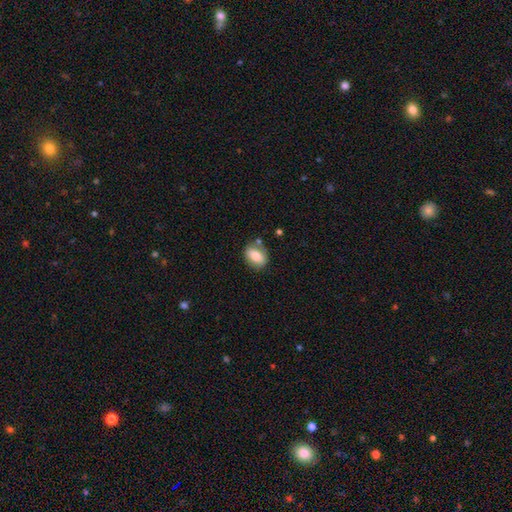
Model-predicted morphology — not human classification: The model was most divided on "how rounded": in between: 72%, round: 26%, cigar-shaped: 2%. More confident: smooth or featured — smooth (76%); merging — none (73%).